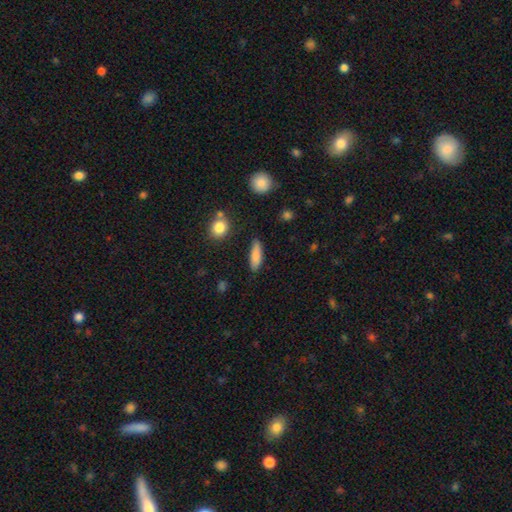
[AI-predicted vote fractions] Overall: smooth (82%). How rounded: cigar-shaped (54%; in between 44%). Merging: none (84%).